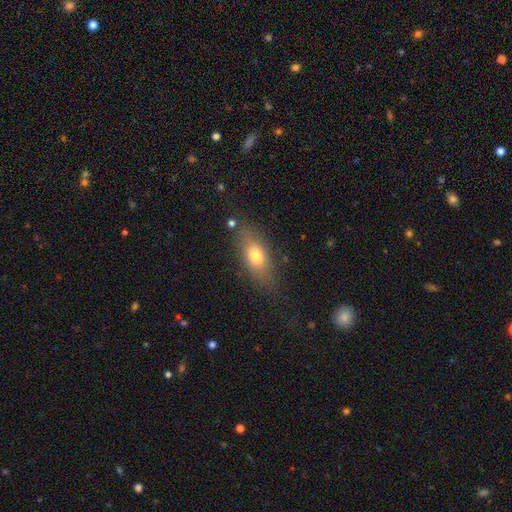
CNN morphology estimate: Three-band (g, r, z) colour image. It shows a smooth galaxy with no disk features (71%) that is in between round and cigar-shaped (75%). Merging: none (76%).